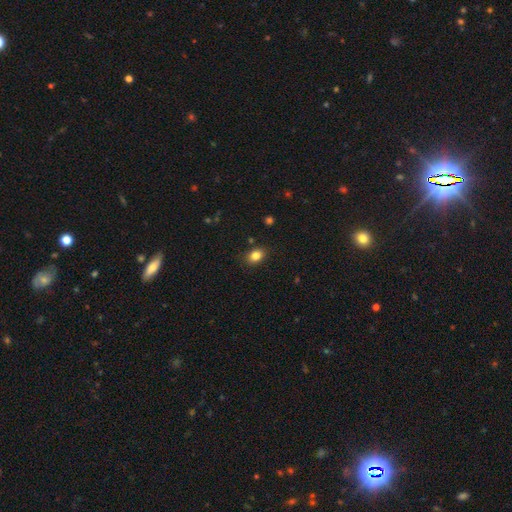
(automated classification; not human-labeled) Q: Smooth or featured?
A: smooth (83%); runner-up: star or artifact (10%)
Q: How rounded?
A: in between (71%); runner-up: round (27%)
Q: Merging?
A: none (85%); runner-up: minor disturbance (11%)